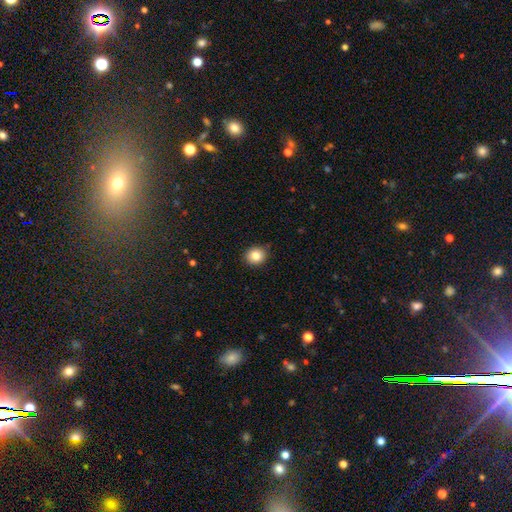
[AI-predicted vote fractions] This is clearly a smooth galaxy (83%). How rounded: clearly round (81%). Merging: clearly none (88%).